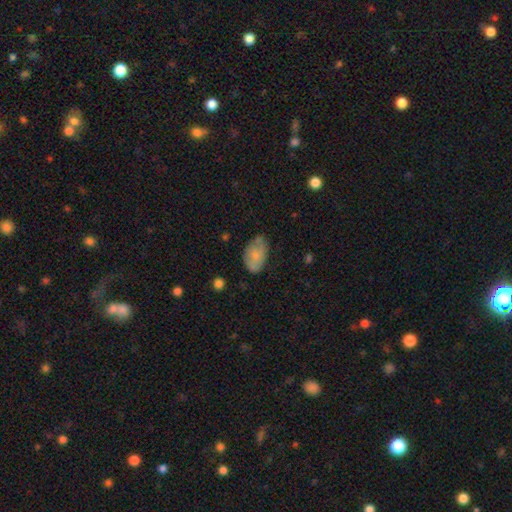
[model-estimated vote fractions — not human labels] Smooth or featured?
  - smooth: 72% *
  - featured or disk: 21%
  - star or artifact: 7%
How rounded?
  - in between: 91% *
  - round: 8%
  - cigar-shaped: 1%
Merging?
  - none: 61% *
  - minor disturbance: 30%
  - major disturbance: 7%
  - merger: 3%